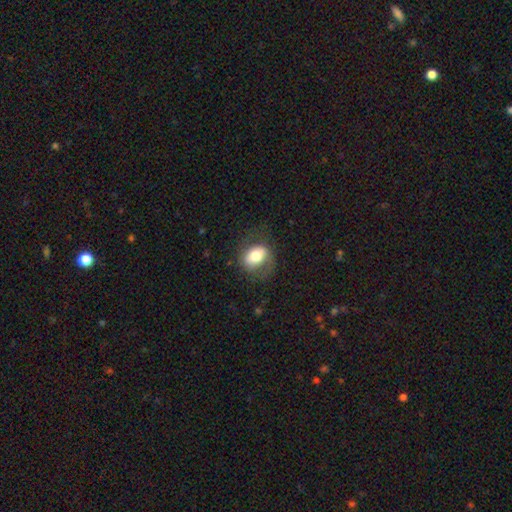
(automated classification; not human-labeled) Smooth or featured? smooth (65%)
How rounded? in between (67%)
Merging? none (65%)